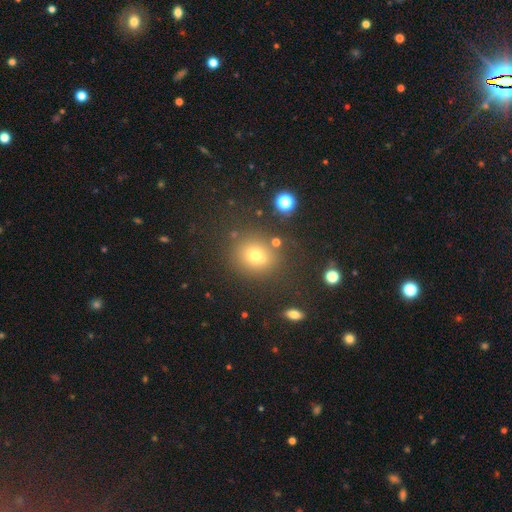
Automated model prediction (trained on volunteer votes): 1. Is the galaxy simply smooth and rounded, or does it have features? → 67% smooth, 20% star or artifact, 13% featured or disk.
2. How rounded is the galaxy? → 74% round, 25% in between, 1% cigar-shaped.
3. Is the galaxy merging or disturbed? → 76% none, 11% minor disturbance, 8% merger, 5% major disturbance.